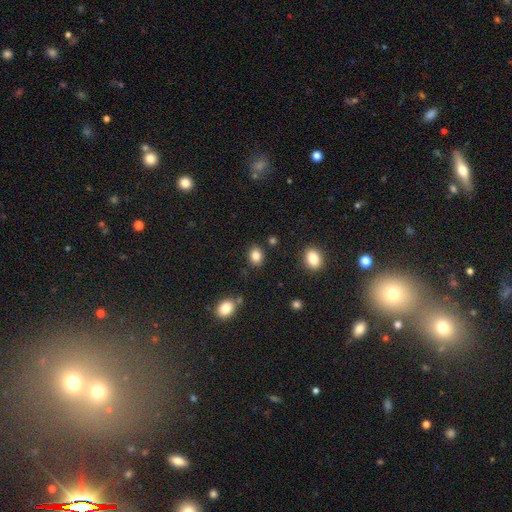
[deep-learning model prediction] This is clearly a smooth galaxy (84%). How rounded: possibly round (50%). Merging: clearly none (84%).